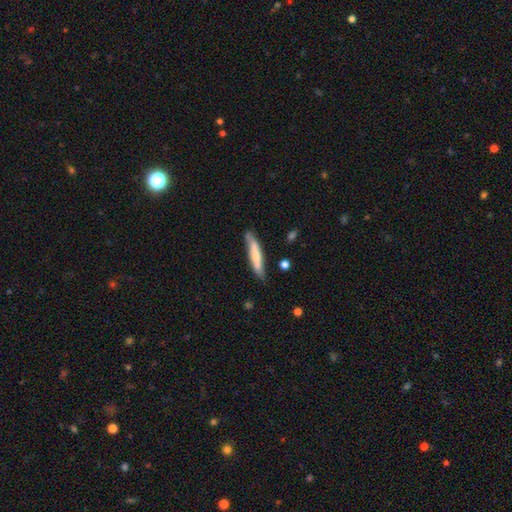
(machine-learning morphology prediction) A smooth galaxy with no disk features (58%) that is cigar-shaped (87%).

Vote fractions:
- Smooth or featured? smooth: 58% / featured or disk: 37% / star or artifact: 6%
- How rounded? cigar-shaped: 87% / in between: 12% / round: 1%
- Merging? none: 73% / minor disturbance: 20% / major disturbance: 4% / merger: 3%